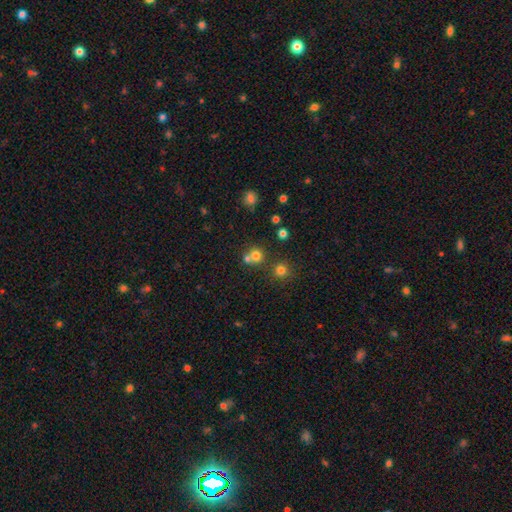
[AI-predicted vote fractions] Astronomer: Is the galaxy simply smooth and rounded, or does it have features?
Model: smooth — 72%.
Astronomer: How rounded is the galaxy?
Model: round — 86%.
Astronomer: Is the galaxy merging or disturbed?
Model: none — 55% (runner-up: merger, 36%).